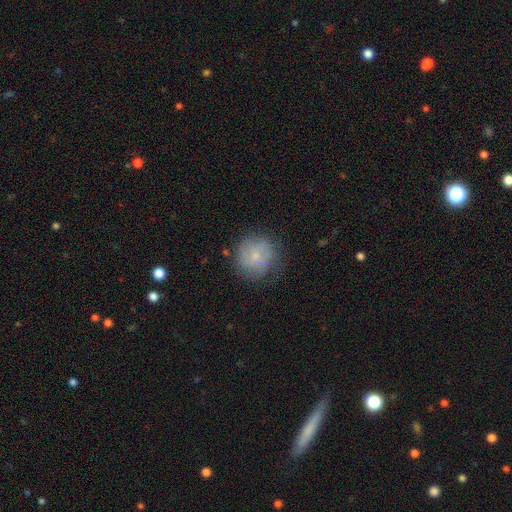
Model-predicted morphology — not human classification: A smooth galaxy with no disk features (62%) that is round (91%). Merging: none (68%).